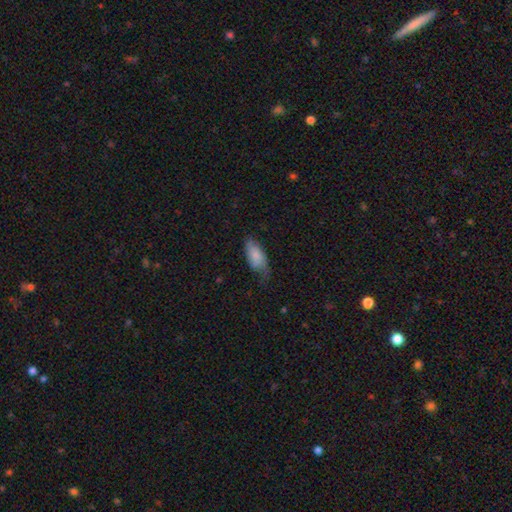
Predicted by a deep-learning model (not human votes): A smooth galaxy with no disk features (76%) that is in between round and cigar-shaped (87%).

Vote fractions:
- Smooth or featured? smooth: 76% / featured or disk: 18% / star or artifact: 6%
- How rounded? in between: 87% / cigar-shaped: 11% / round: 2%
- Merging? none: 47% / minor disturbance: 37% / major disturbance: 14% / merger: 2%